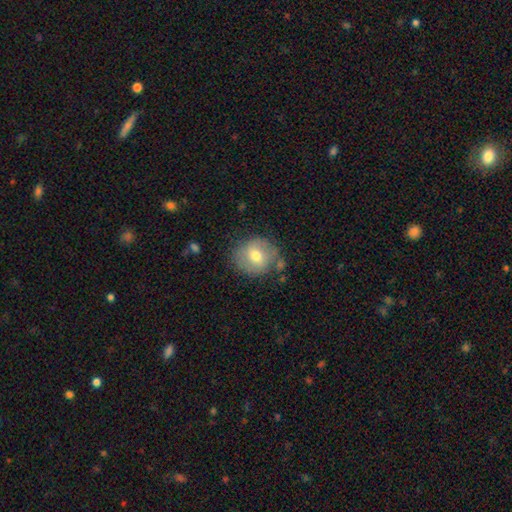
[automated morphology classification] This is likely a smooth galaxy (63%). How rounded: clearly round (82%). Merging: likely none (73%).